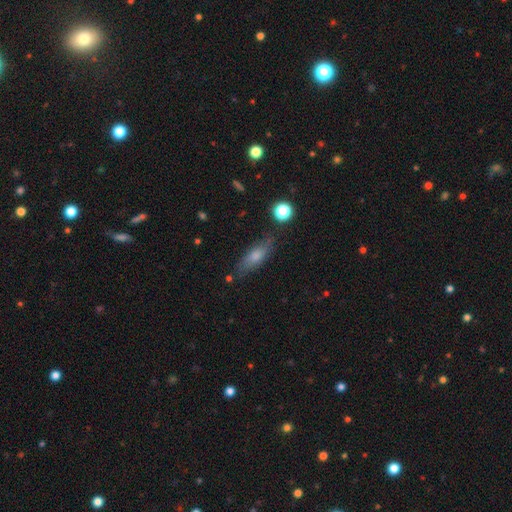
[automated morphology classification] Smooth or featured: smooth — 64% (featured or disk — 26%)
How rounded: in between — 56% (cigar-shaped — 41%)
Merging: none — 74% (minor disturbance — 18%)